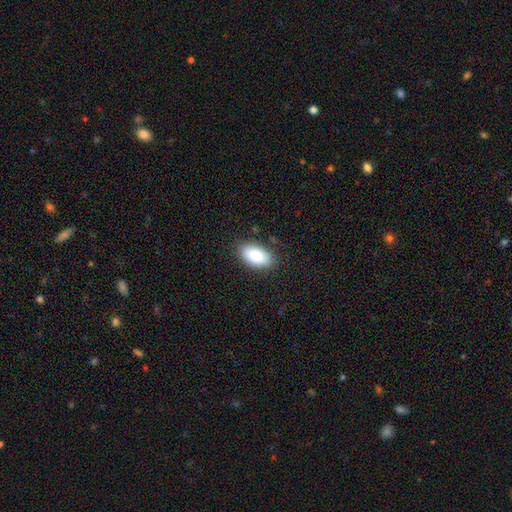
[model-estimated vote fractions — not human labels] Overall: smooth (84%). How rounded: in between (94%). Merging: none (84%).